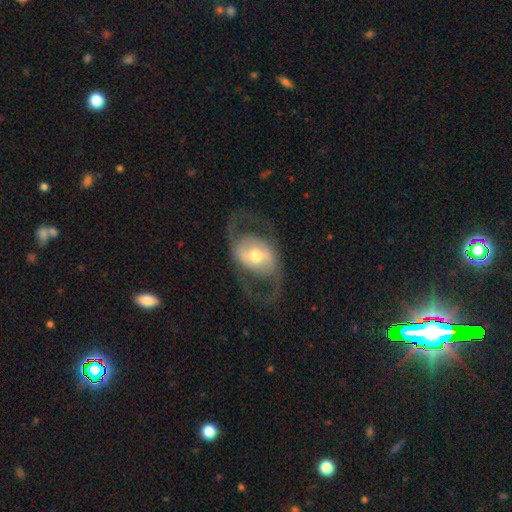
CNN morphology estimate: Smooth or featured? featured or disk (75%)
Edge-on disk? no (94%)
Bar? no (41%)
Spiral arms? yes (65%)
Bulge size? moderate (67%)
Merging? none (71%)